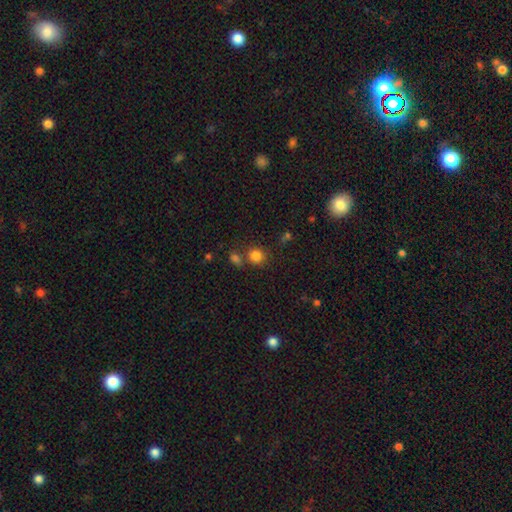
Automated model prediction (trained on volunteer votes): Smooth or featured? Predicted: smooth (p=0.81). How rounded? Predicted: round (p=0.84). Merging? Predicted: none (p=0.66).